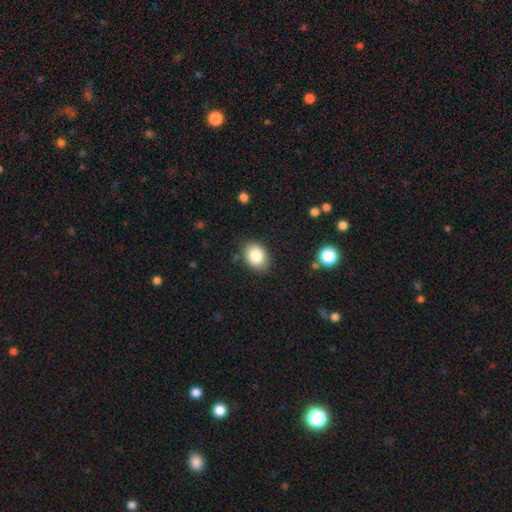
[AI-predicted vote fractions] Smooth or featured? Predicted: smooth (p=0.84). How rounded? Predicted: in between (p=0.60). Merging? Predicted: none (p=0.84).